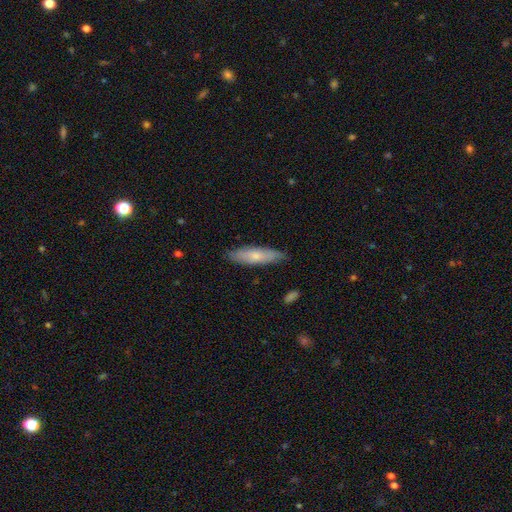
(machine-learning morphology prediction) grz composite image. It shows a smooth galaxy with no disk features (66%) that is cigar-shaped (65%). Merging: none (84%).